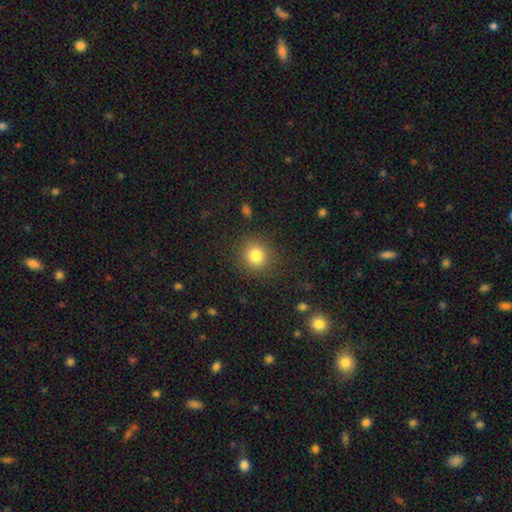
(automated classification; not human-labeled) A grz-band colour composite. It shows a smooth galaxy with no disk features (82%) that is round (88%). Merging: none (88%).